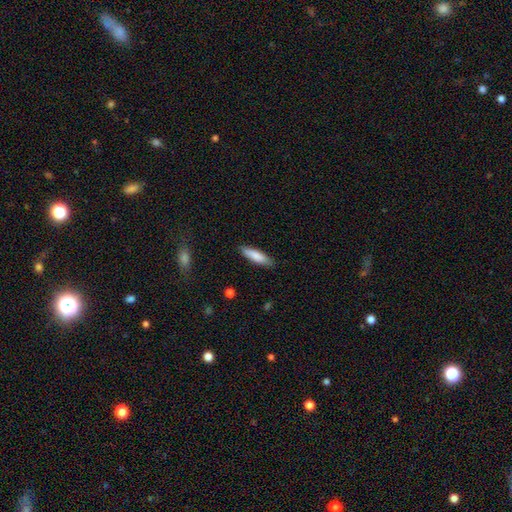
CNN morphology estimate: Smooth or featured? Predicted: smooth (p=0.82). How rounded? Predicted: cigar-shaped (p=0.68). Merging? Predicted: none (p=0.87).